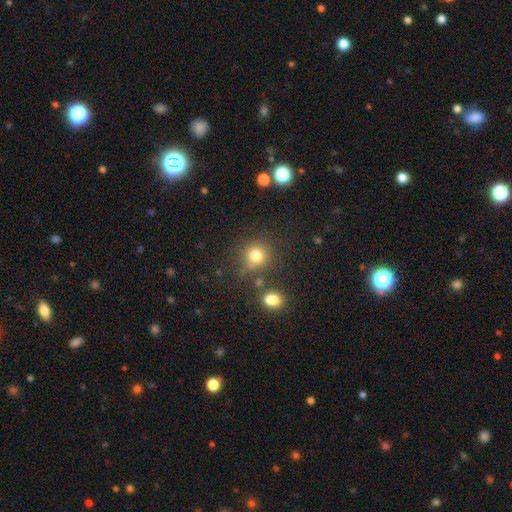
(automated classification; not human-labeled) The model was most divided on "merging": none: 70%, minor disturbance: 13%, merger: 11%, major disturbance: 6%. More confident: how rounded — round (89%); smooth or featured — smooth (77%).